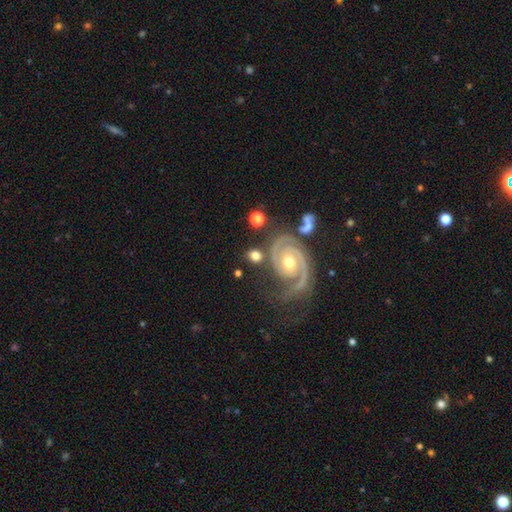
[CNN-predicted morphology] A featured or disk galaxy (52%). Merging: none (66%).